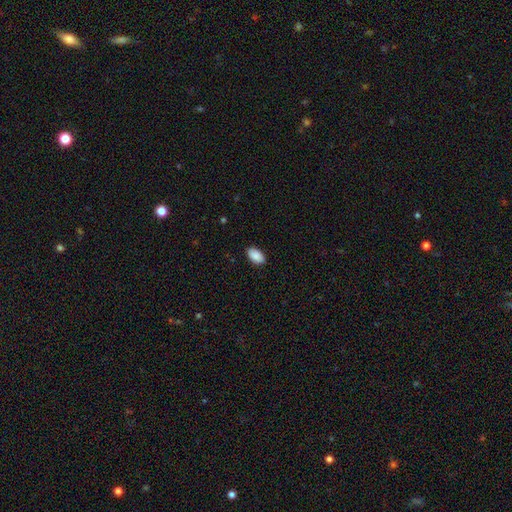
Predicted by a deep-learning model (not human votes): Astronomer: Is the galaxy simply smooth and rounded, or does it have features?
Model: smooth — 90%.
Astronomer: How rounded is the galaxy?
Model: in between — 94%.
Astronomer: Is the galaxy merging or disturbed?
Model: none — 88%.